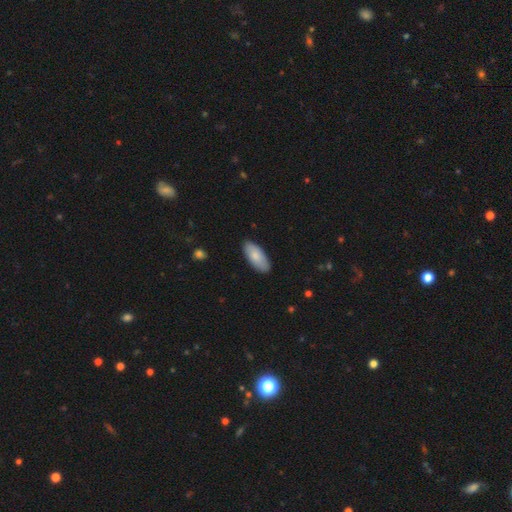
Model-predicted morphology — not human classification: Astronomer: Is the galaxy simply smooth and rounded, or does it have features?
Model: smooth — 83%.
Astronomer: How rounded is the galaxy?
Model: in between — 88%.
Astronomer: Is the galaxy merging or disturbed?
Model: none — 88%.